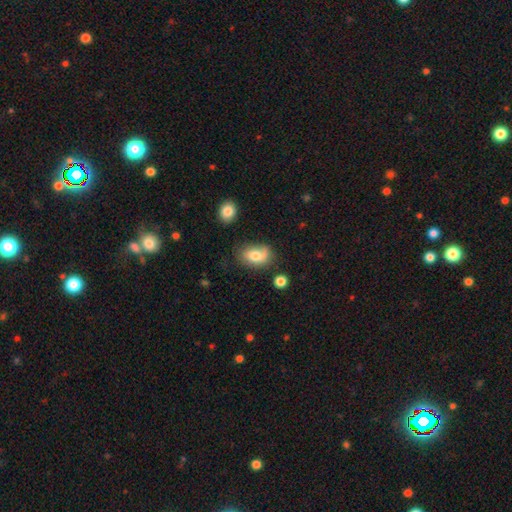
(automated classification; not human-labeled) A smooth galaxy with no disk features (70%) that is in between round and cigar-shaped (82%). Merging: none (55%).